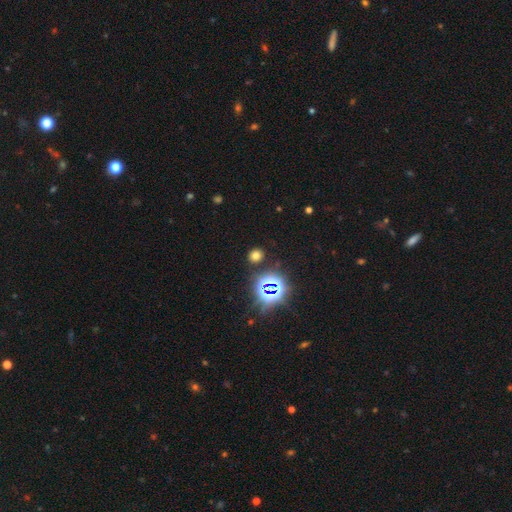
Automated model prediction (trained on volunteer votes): This is likely a smooth galaxy (63%). How rounded: likely round (72%). Merging: clearly none (87%).